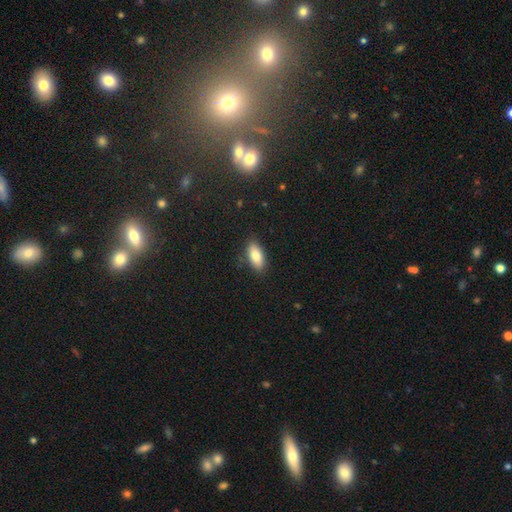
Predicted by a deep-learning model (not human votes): Smooth or featured? Predicted: smooth (p=0.82). How rounded? Predicted: in between (p=0.86). Merging? Predicted: none (p=0.87).